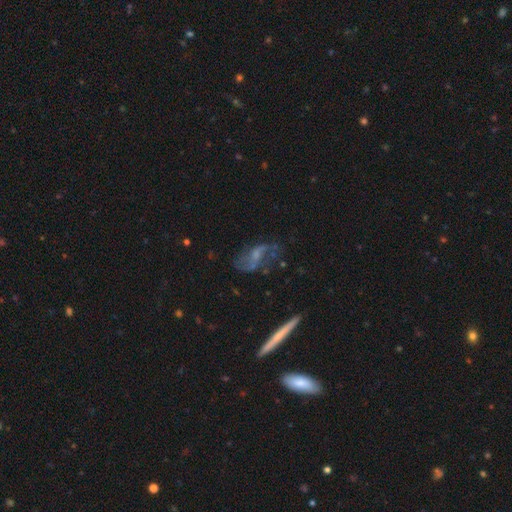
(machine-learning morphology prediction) Smooth or featured? featured or disk (70%)
Edge-on disk? no (92%)
Bar? no (44%)
Spiral arms? yes (75%)
Bulge size? small (37%)
Merging? none (54%)